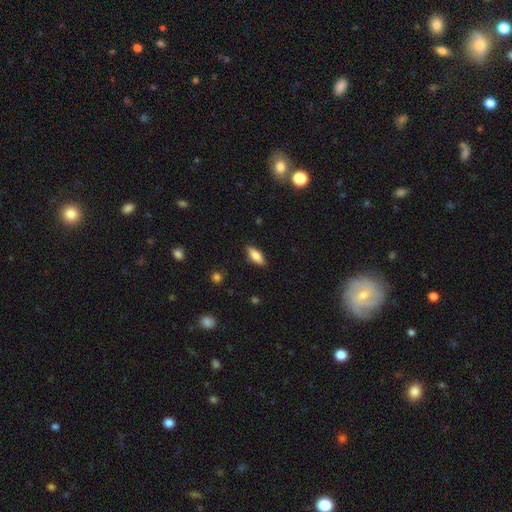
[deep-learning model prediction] This appears to be a smooth galaxy with no disk features (80%) that is in between round and cigar-shaped (72%). Merging: none (87%).